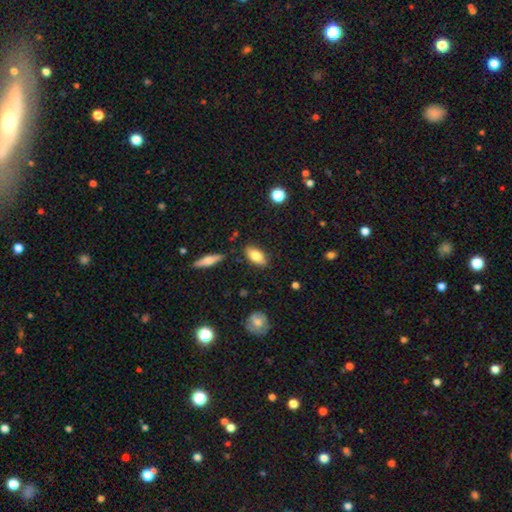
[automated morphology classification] Smooth or featured? smooth (76%)
How rounded? in between (84%)
Merging? none (82%)